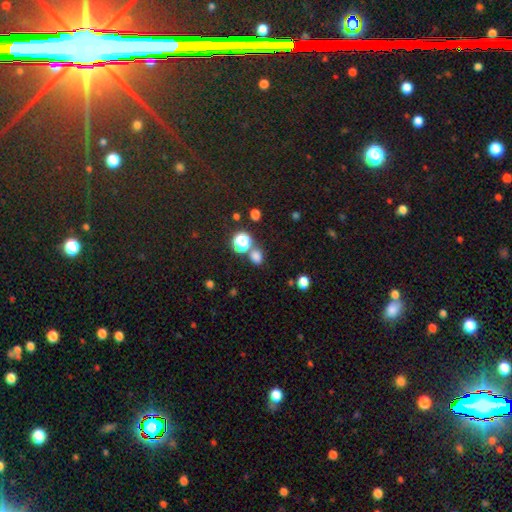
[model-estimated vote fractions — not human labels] This appears to be a smooth galaxy with no disk features (72%) that is round (70%). Merging: none (70%).